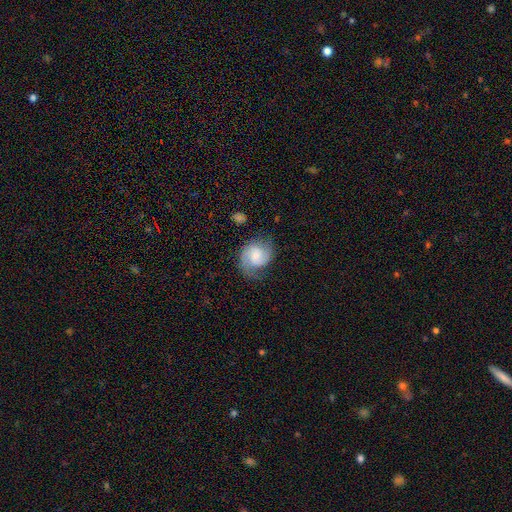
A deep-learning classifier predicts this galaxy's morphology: A featured or disk galaxy (73%) with no bar (50%), 2 (80%) medium (48%) spiral arms (95%) and a moderate central bulge (36%). Merging: none (66%).